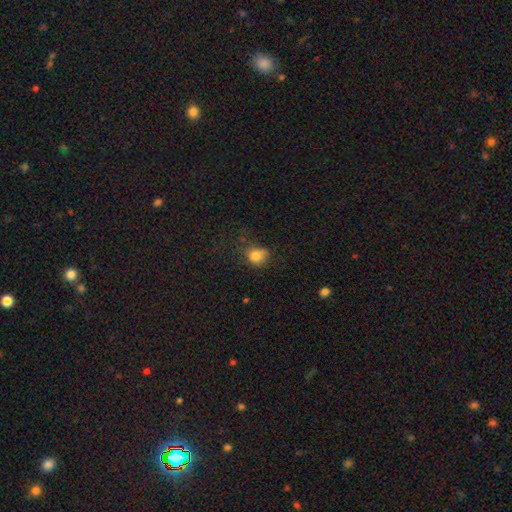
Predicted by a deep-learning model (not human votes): Smooth or featured: smooth — 81% (star or artifact — 12%)
How rounded: round — 68% (in between — 31%)
Merging: none — 54% (minor disturbance — 29%)